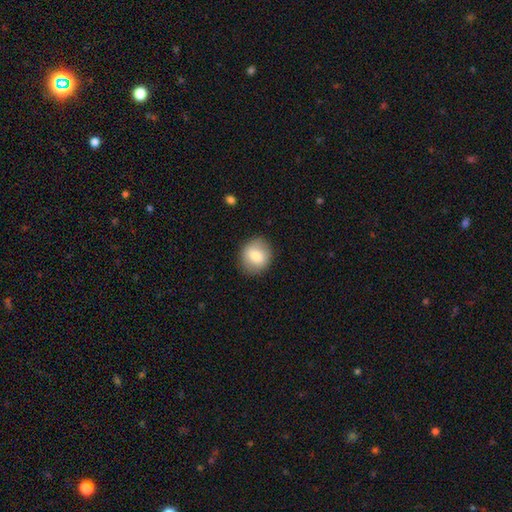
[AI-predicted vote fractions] smooth_or_featured: smooth (p=0.80) [alt: featured or disk p=0.13]
how_rounded: round (p=0.72) [alt: in between p=0.27]
merging: none (p=0.86) [alt: minor disturbance p=0.10]